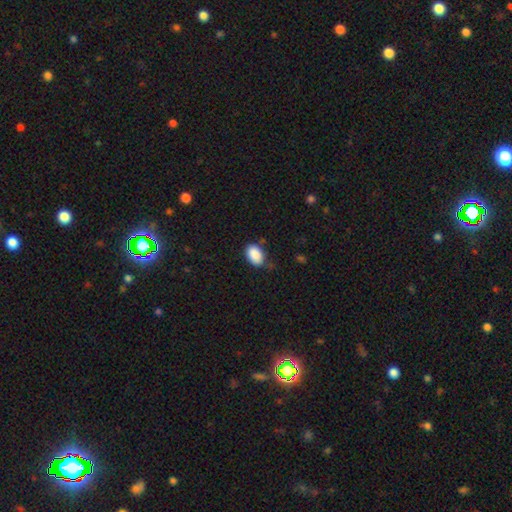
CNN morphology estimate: Smooth or featured? Predicted: smooth (p=0.89). How rounded? Predicted: in between (p=0.89). Merging? Predicted: none (p=0.79).